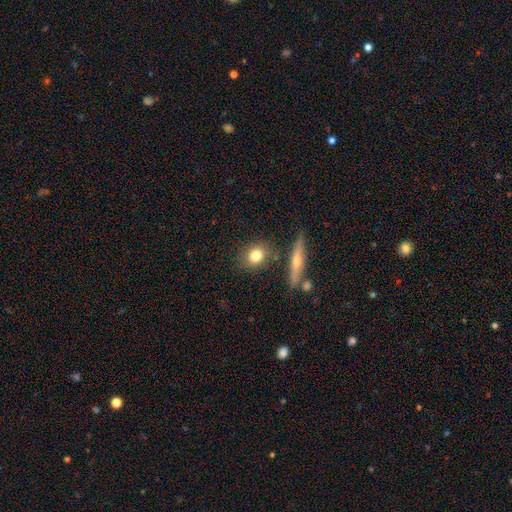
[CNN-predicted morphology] smooth-or-featured: smooth: 78% | featured or disk: 14% | star or artifact: 9%
  how-rounded: round: 63% | in between: 32% | cigar-shaped: 5%
  merging: none: 78% | minor disturbance: 11% | merger: 8% | major disturbance: 3%